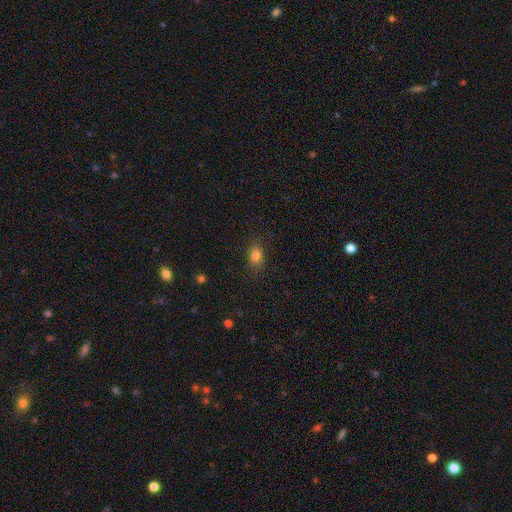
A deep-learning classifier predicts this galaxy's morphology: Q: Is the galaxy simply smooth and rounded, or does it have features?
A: smooth — 82%.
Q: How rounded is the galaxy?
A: in between — 65%.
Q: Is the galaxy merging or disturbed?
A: none — 84%.